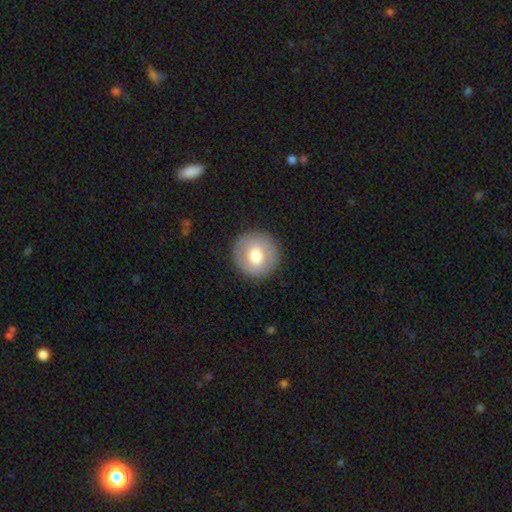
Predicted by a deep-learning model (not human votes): Overall: smooth (69%). How rounded: round (94%). Merging: none (90%).